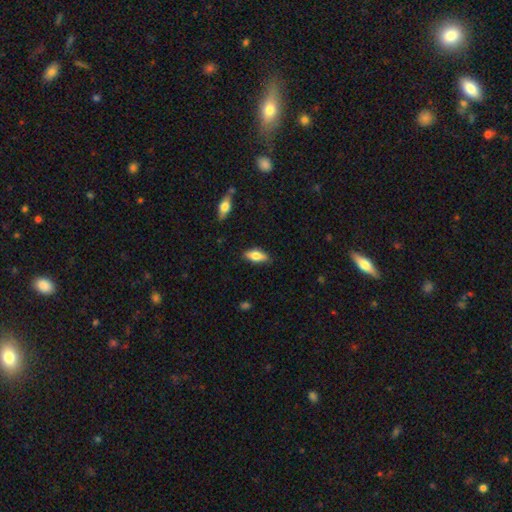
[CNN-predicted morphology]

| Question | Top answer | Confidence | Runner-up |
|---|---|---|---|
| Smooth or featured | smooth | 68% | featured or disk (26%) |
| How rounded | in between | 74% | cigar-shaped (23%) |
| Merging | none | 83% | minor disturbance (13%) |